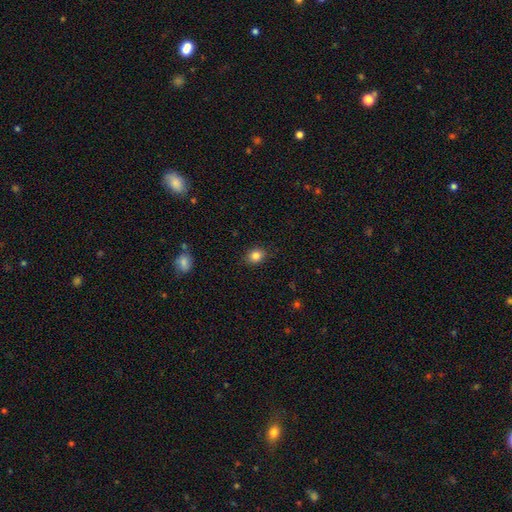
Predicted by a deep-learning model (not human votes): smooth_or_featured: smooth (p=0.85) [alt: star or artifact p=0.10]
how_rounded: in between (p=0.51) [alt: round p=0.48]
merging: none (p=0.87) [alt: minor disturbance p=0.10]